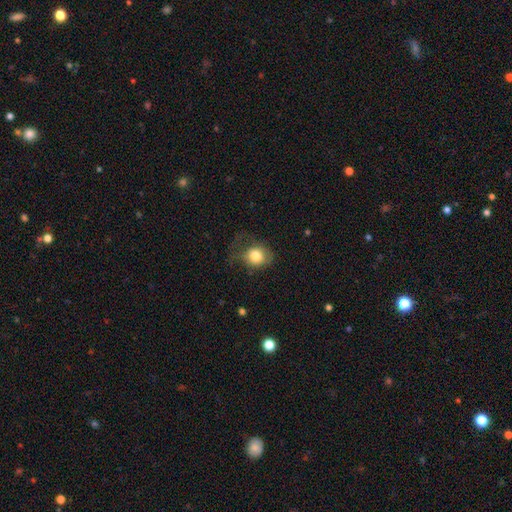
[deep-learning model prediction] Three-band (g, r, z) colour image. It shows a smooth galaxy with no disk features (79%) that is round (68%). Merging: none (42%).